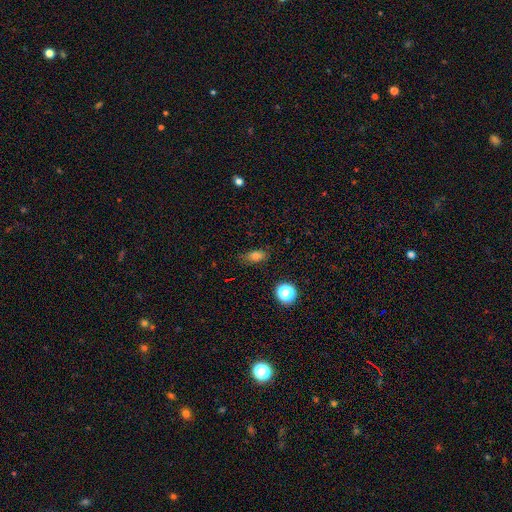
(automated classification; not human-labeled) This appears to be a smooth galaxy with no disk features (77%) that is in between round and cigar-shaped (78%). Merging: none (76%).